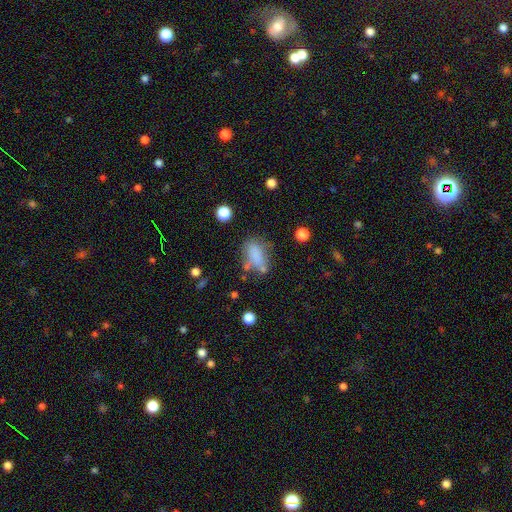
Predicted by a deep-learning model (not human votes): A smooth galaxy with no disk features (74%) that is in between round and cigar-shaped (83%). Merging: none (49%).